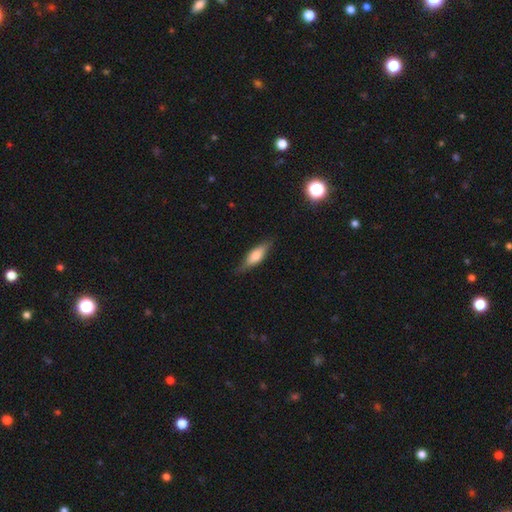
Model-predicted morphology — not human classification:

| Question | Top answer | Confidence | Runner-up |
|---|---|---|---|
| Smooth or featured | smooth | 59% | featured or disk (34%) |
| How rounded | in between | 53% | cigar-shaped (44%) |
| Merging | none | 78% | minor disturbance (17%) |